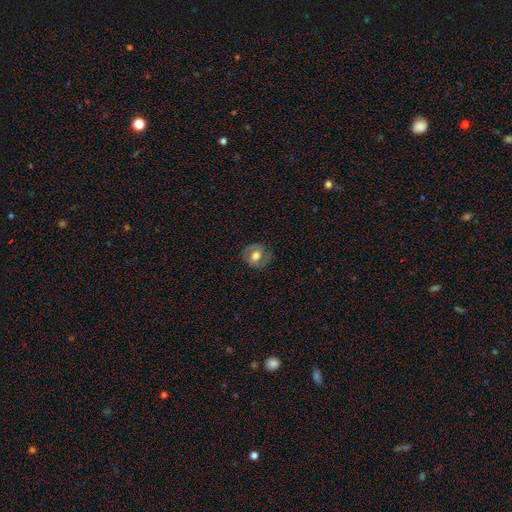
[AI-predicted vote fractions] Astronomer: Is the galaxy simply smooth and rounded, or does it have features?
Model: smooth — 48% (runner-up: featured or disk, 44%).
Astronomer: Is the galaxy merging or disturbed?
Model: none — 75%.